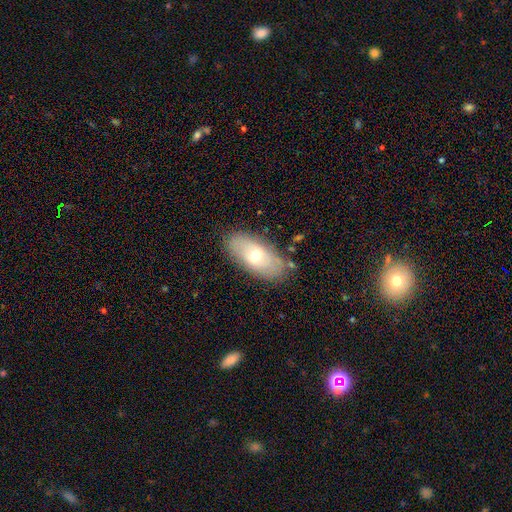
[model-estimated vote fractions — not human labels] smooth_or_featured: smooth (p=0.57) [alt: featured or disk p=0.35]
how_rounded: in between (p=0.89) [alt: cigar-shaped p=0.06]
merging: none (p=0.80) [alt: minor disturbance p=0.14]